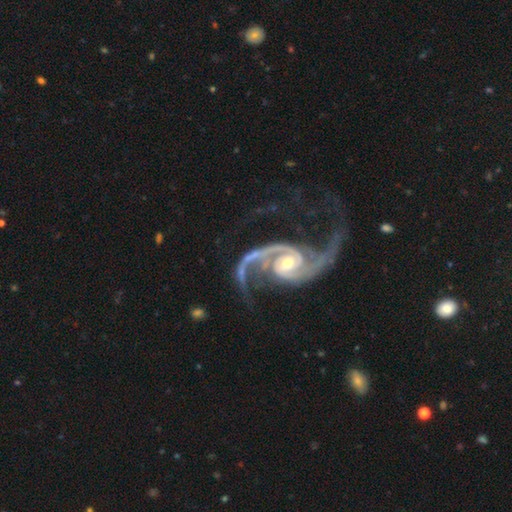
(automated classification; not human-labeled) A featured or disk galaxy (94%) with no bar (48%), 2 (88%) medium (45%) spiral arms (98%) and a moderate central bulge (55%).

Vote fractions:
- Smooth or featured? featured or disk: 94% / star or artifact: 4% / smooth: 2%
- Edge-on disk? no: 98% / yes: 2%
- Bar? no: 48% / weak: 34% / strong: 18%
- Spiral arms? yes: 98% / no: 2%
- Spiral winding? medium: 45% / loose: 40% / tight: 14%
- Spiral arm count? 2: 88% / 3: 4% / 1: 2% / can't tell: 2% / 4: 2% / more than 4: 2%
- Bulge size? moderate: 55% / small: 39% / large: 3% / none: 1% / dominant: 1%
- Merging? none: 56% / major disturbance: 22% / minor disturbance: 17% / merger: 5%